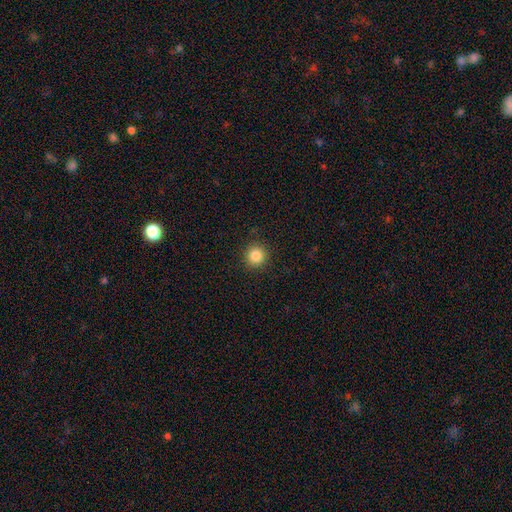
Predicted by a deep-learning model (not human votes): Smooth or featured: smooth — 85% (star or artifact — 11%)
How rounded: round — 93% (in between — 6%)
Merging: none — 91% (minor disturbance — 6%)